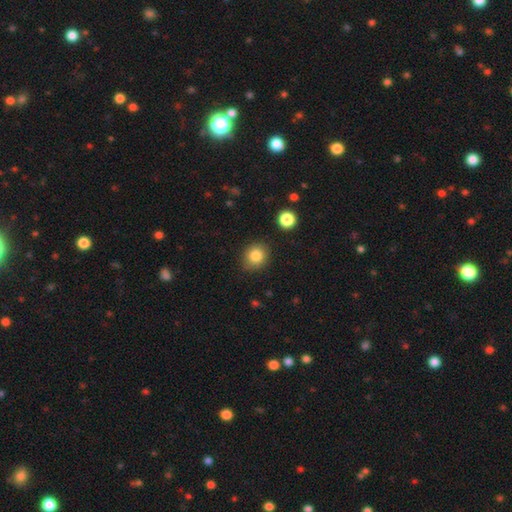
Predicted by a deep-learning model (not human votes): Overall: smooth (83%). How rounded: round (79%). Merging: none (86%).